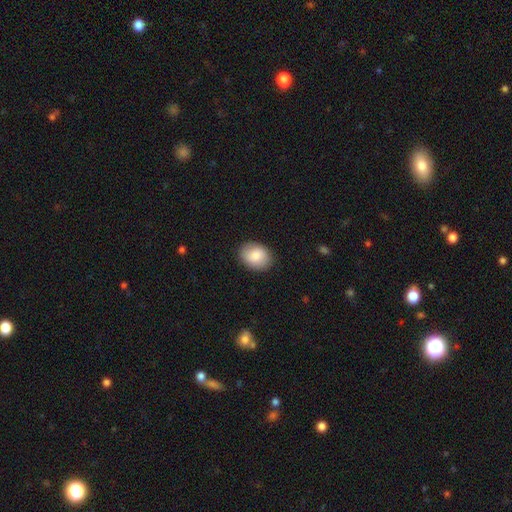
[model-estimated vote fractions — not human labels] smooth-or-featured: smooth: 83% | featured or disk: 11% | star or artifact: 6%
  how-rounded: in between: 64% | round: 35% | cigar-shaped: 1%
  merging: none: 87% | minor disturbance: 9% | major disturbance: 2% | merger: 1%